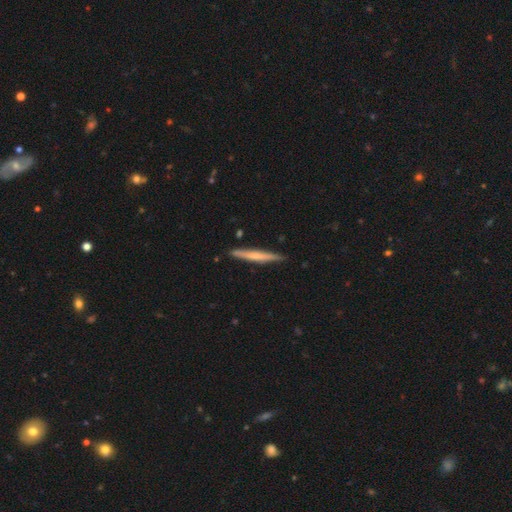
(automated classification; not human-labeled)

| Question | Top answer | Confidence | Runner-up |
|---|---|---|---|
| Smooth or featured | smooth | 53% | featured or disk (42%) |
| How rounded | cigar-shaped | 96% | in between (3%) |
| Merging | none | 88% | minor disturbance (9%) |